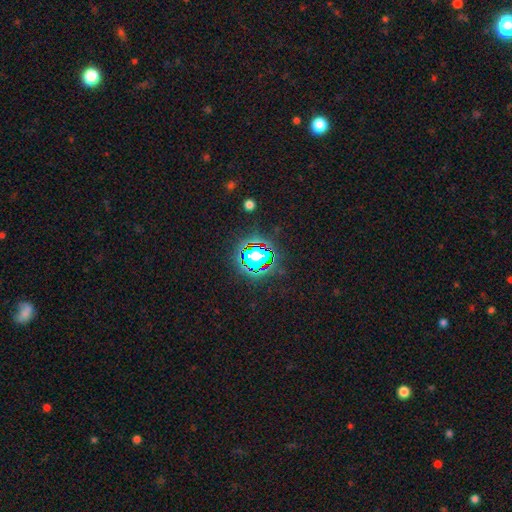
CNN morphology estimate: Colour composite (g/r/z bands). It shows a star or artifact, not a galaxy (61%).